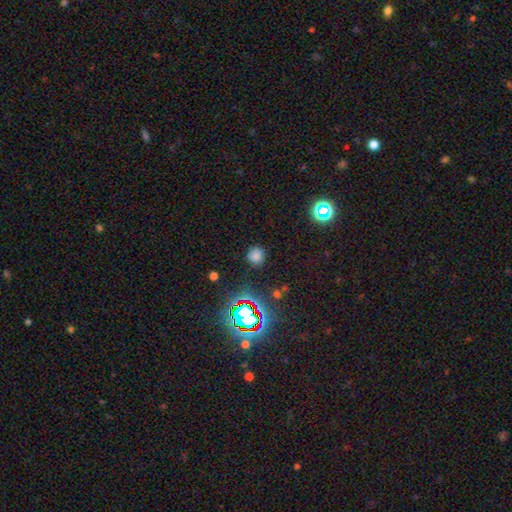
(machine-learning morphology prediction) Q: Smooth or featured?
A: smooth (70%); runner-up: star or artifact (24%)
Q: How rounded?
A: round (87%); runner-up: in between (12%)
Q: Merging?
A: none (84%); runner-up: minor disturbance (11%)